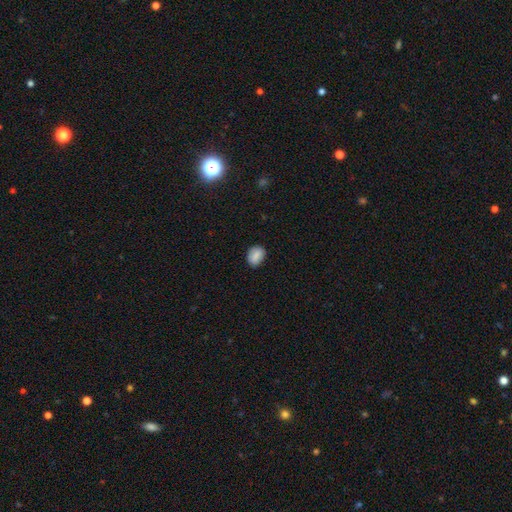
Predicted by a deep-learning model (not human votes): Q: Smooth or featured?
A: smooth (83%); runner-up: featured or disk (9%)
Q: How rounded?
A: in between (61%); runner-up: round (37%)
Q: Merging?
A: none (83%); runner-up: minor disturbance (13%)